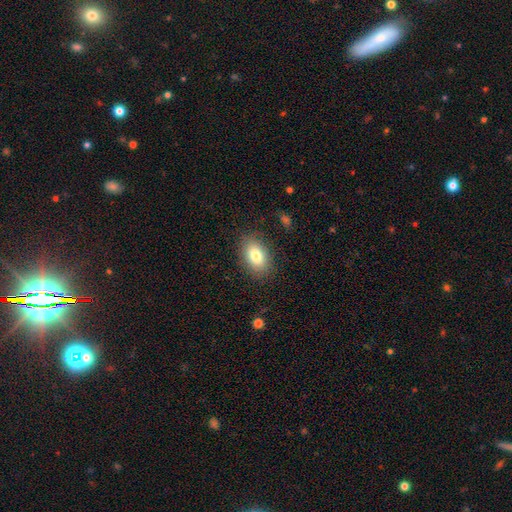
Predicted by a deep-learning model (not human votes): smooth_or_featured: smooth (p=0.81) [alt: featured or disk p=0.11]
how_rounded: in between (p=0.88) [alt: round p=0.11]
merging: none (p=0.84) [alt: minor disturbance p=0.11]